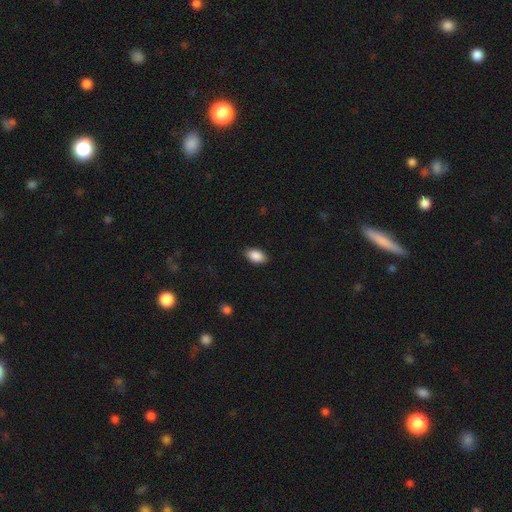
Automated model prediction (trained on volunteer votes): The model was most divided on "merging": none: 86%, minor disturbance: 11%, major disturbance: 2%, merger: 1%. More confident: how rounded — in between (91%); smooth or featured — smooth (89%).